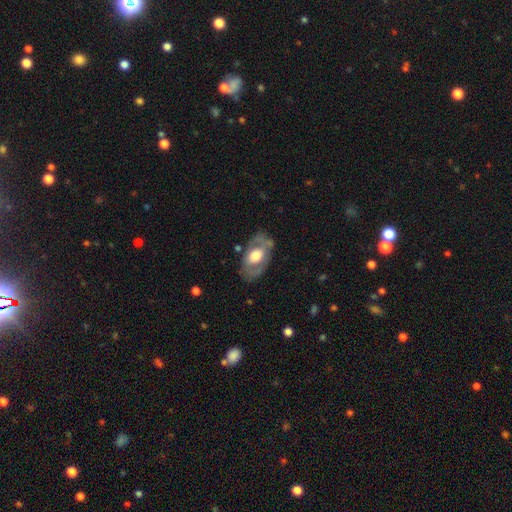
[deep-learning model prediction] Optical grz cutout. It shows a featured or disk galaxy (59%) with no bar (72%), no spiral arms (64%) and a moderate central bulge (46%). Merging: none (73%).